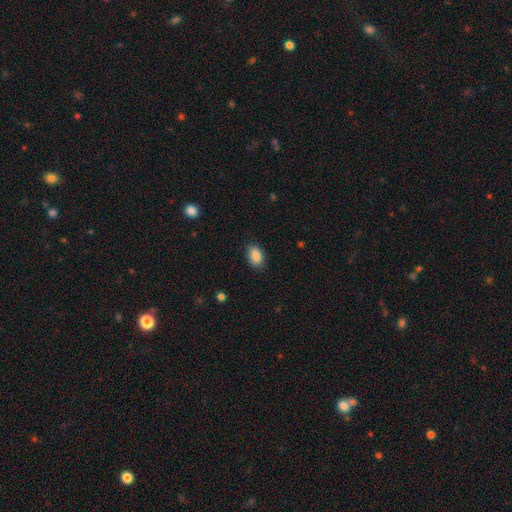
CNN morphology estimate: Smooth or featured? Predicted: smooth (p=0.88). How rounded? Predicted: in between (p=0.89). Merging? Predicted: none (p=0.83).